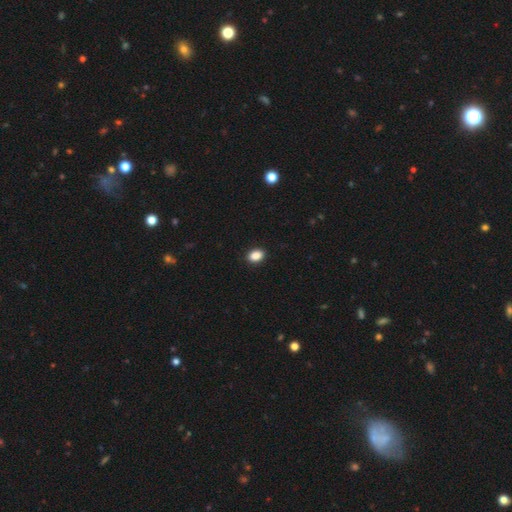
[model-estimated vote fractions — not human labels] A smooth galaxy with no disk features (88%) that is in between round and cigar-shaped (75%).

Vote fractions:
- Smooth or featured? smooth: 88% / star or artifact: 9% / featured or disk: 3%
- How rounded? in between: 75% / round: 23% / cigar-shaped: 1%
- Merging? none: 90% / minor disturbance: 7% / major disturbance: 2% / merger: 1%